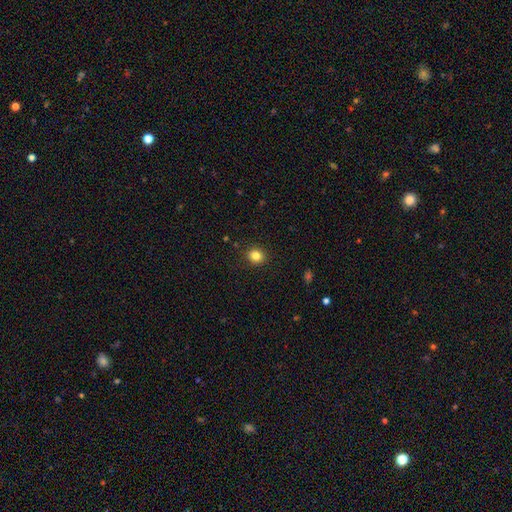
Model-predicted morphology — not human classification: Overall: smooth (83%). How rounded: round (81%). Merging: none (91%).